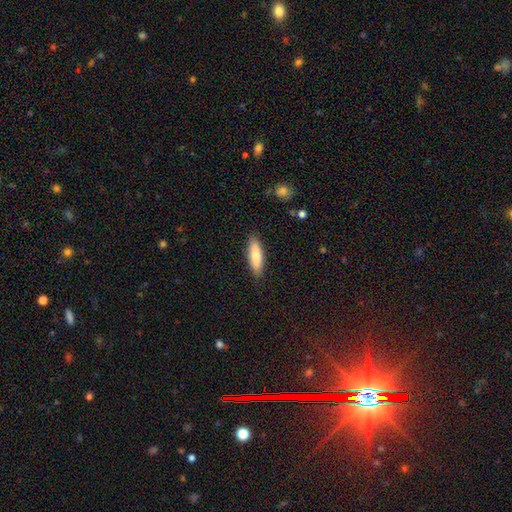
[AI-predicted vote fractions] Smooth or featured: smooth — 77% (featured or disk — 17%)
How rounded: cigar-shaped — 54% (in between — 45%)
Merging: none — 88% (minor disturbance — 9%)